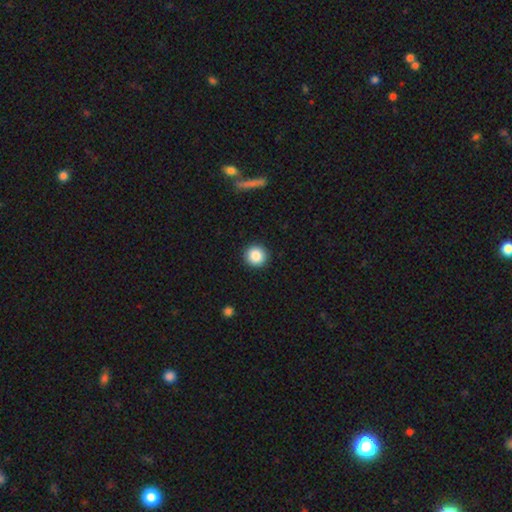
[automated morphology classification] The model was most divided on "smooth or featured": smooth: 87%, star or artifact: 9%, featured or disk: 4%. More confident: how rounded — round (94%); merging — none (92%).